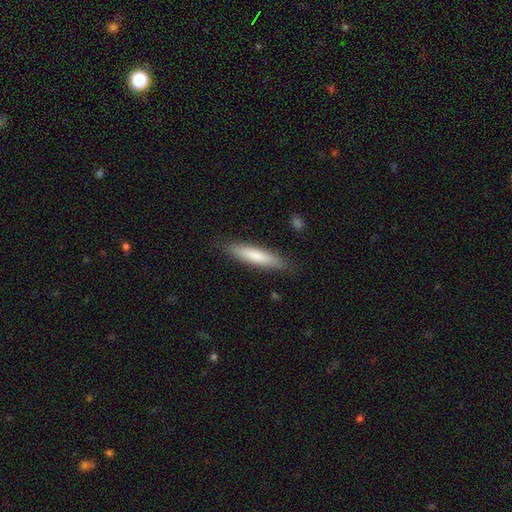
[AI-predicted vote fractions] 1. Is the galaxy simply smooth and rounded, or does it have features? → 76% smooth, 19% featured or disk, 5% star or artifact.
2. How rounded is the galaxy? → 85% cigar-shaped, 14% in between, 1% round.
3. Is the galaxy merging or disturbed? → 87% none, 10% minor disturbance, 2% major disturbance, 1% merger.